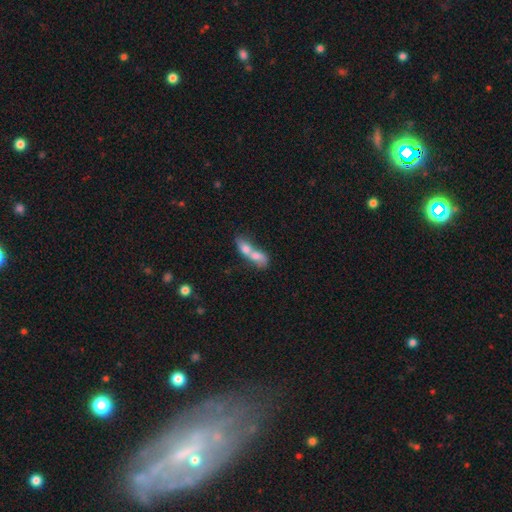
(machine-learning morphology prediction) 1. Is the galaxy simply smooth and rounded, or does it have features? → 63% smooth, 28% featured or disk, 9% star or artifact.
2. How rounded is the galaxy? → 62% in between, 23% cigar-shaped, 15% round.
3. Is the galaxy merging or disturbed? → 77% merger, 12% none, 6% major disturbance, 5% minor disturbance.